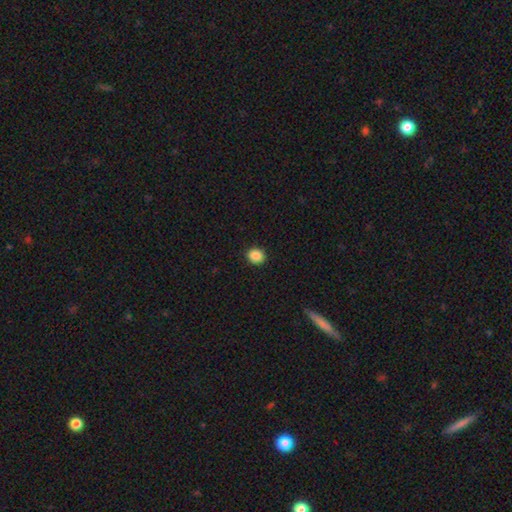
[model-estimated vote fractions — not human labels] This is clearly a smooth galaxy (88%). How rounded: likely round (76%). Merging: clearly none (92%).